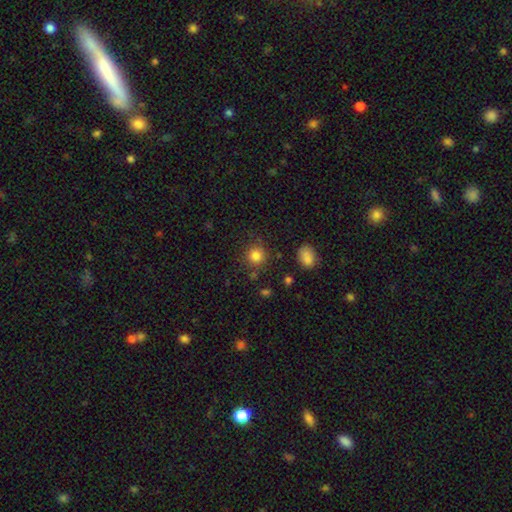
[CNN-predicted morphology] This appears to be a smooth galaxy with no disk features (82%) that is round (91%). Merging: none (82%).